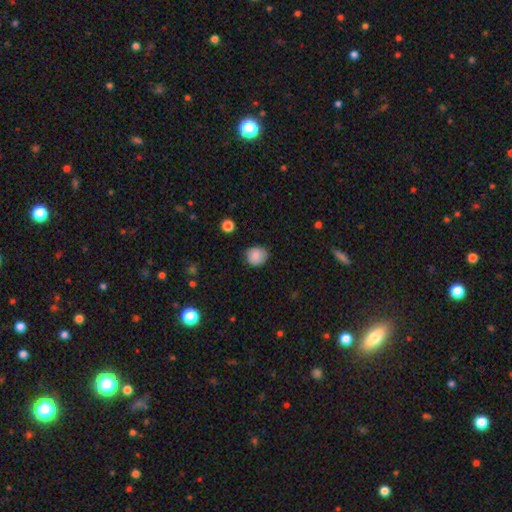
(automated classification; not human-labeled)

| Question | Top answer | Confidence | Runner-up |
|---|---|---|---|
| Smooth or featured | smooth | 83% | star or artifact (9%) |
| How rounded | round | 75% | in between (24%) |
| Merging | none | 77% | minor disturbance (19%) |